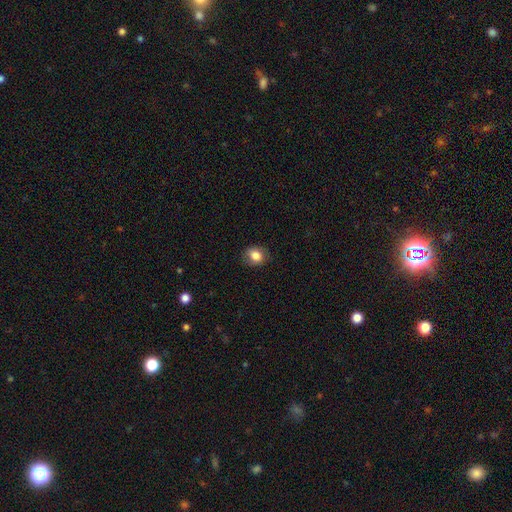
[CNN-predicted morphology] The model was most divided on "how rounded": round: 57%, in between: 42%, cigar-shaped: 1%. More confident: merging — none (84%); smooth or featured — smooth (82%).